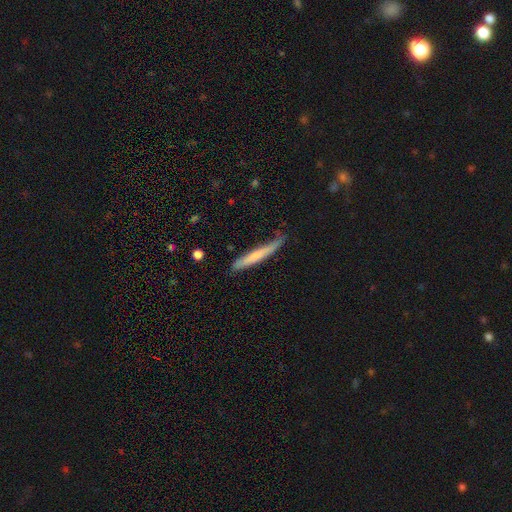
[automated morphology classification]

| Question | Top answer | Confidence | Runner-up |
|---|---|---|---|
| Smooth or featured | smooth | 61% | featured or disk (33%) |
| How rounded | cigar-shaped | 95% | in between (4%) |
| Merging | none | 64% | minor disturbance (28%) |